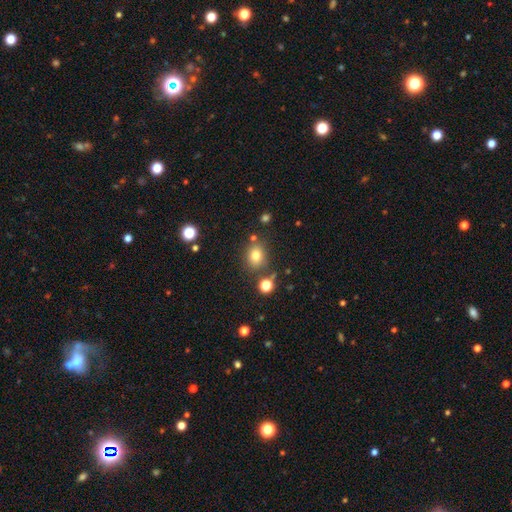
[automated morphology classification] Smooth or featured: smooth — 76% (star or artifact — 15%)
How rounded: round — 64% (in between — 35%)
Merging: none — 76% (minor disturbance — 12%)